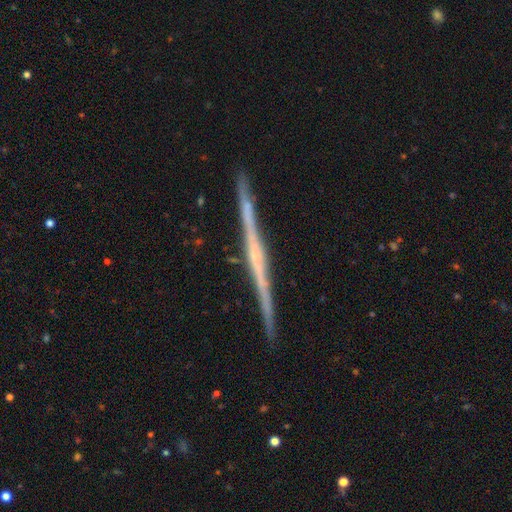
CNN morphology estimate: Smooth or featured? Predicted: featured or disk (p=0.80). Edge-on disk? Predicted: yes (p=0.98). Edge-on bulge? Predicted: none (p=0.57). Merging? Predicted: none (p=0.91).